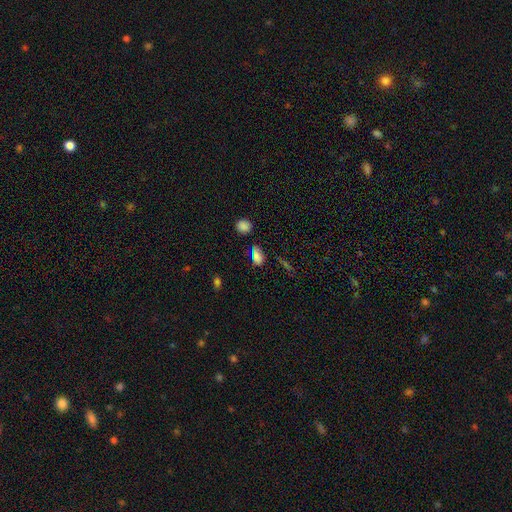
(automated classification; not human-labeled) smooth 70%, star or artifact 20%, featured or disk 10%. Down the decision tree: how rounded — in between (79%); merging — none (64%).